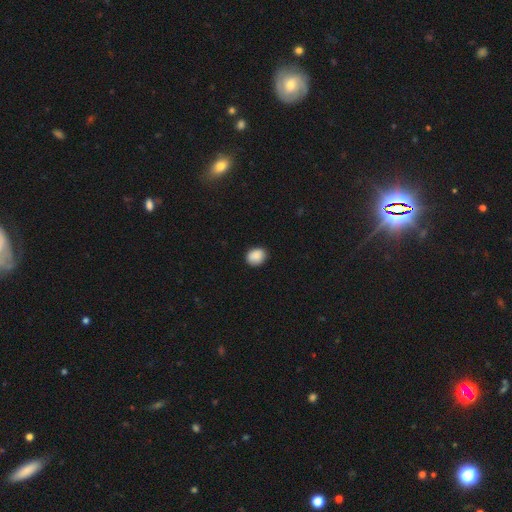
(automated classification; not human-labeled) This appears to be a smooth galaxy with no disk features (89%) that is in between round and cigar-shaped (50%). Merging: none (85%).